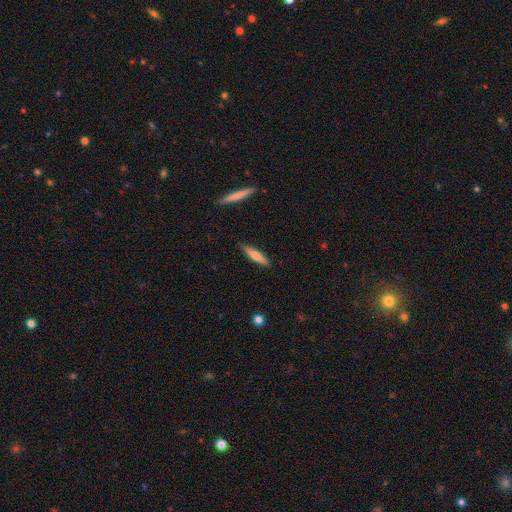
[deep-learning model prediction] This is likely a smooth galaxy (66%). How rounded: clearly cigar-shaped (86%). Merging: clearly none (89%).